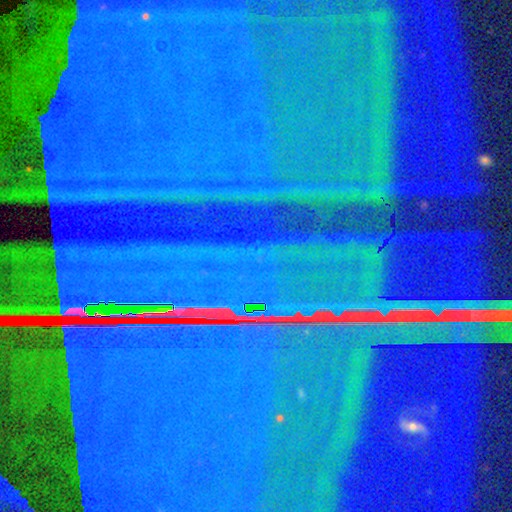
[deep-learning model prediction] star or artifact 88%, featured or disk 7%, smooth 4%.